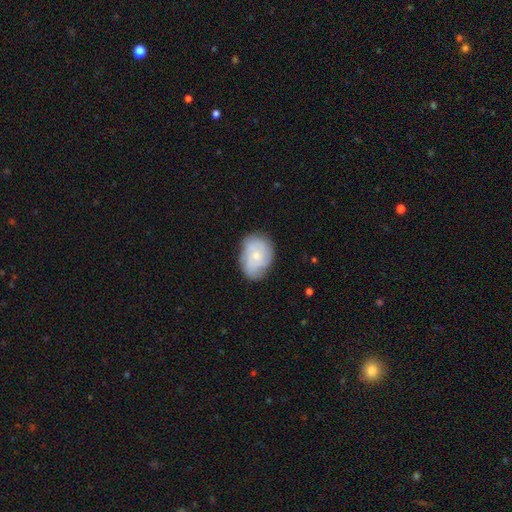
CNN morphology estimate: Smooth or featured? Predicted: featured or disk (p=0.53). Edge-on disk? Predicted: no (p=0.97). Bar? Predicted: no (p=0.80). Spiral arms? Predicted: yes (p=0.79). Bulge size? Predicted: small (p=0.63). Merging? Predicted: none (p=0.68).